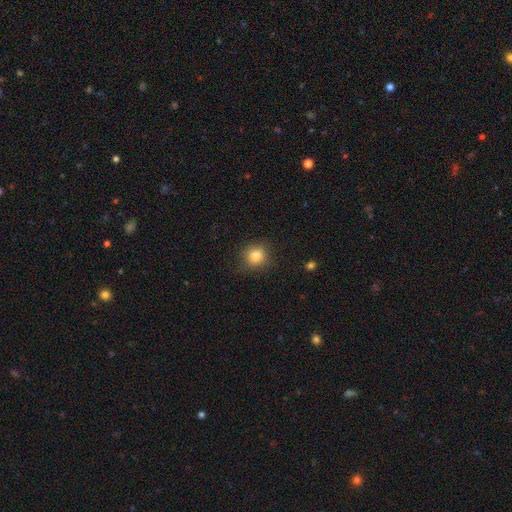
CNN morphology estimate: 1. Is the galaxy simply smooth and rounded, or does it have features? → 83% smooth, 11% star or artifact, 6% featured or disk.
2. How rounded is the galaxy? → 87% round, 12% in between, 1% cigar-shaped.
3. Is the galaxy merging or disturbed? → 85% none, 11% minor disturbance, 3% major disturbance, 1% merger.